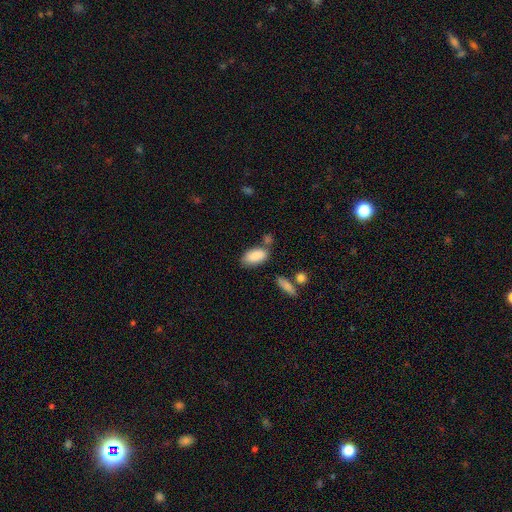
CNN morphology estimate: Smooth or featured: smooth — 87% (star or artifact — 7%)
How rounded: in between — 92% (cigar-shaped — 5%)
Merging: none — 65% (minor disturbance — 18%)